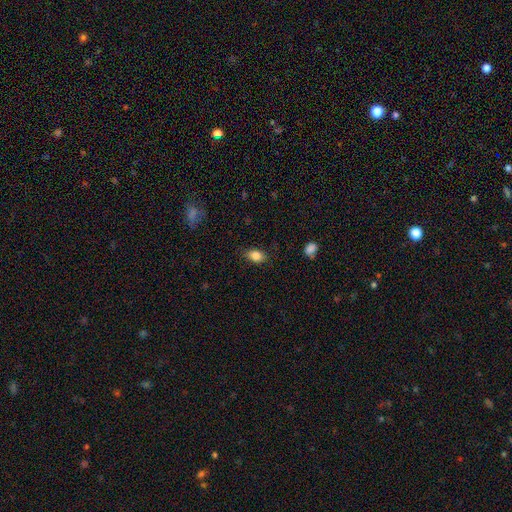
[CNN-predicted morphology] Overall: smooth (85%). How rounded: in between (81%). Merging: none (80%).